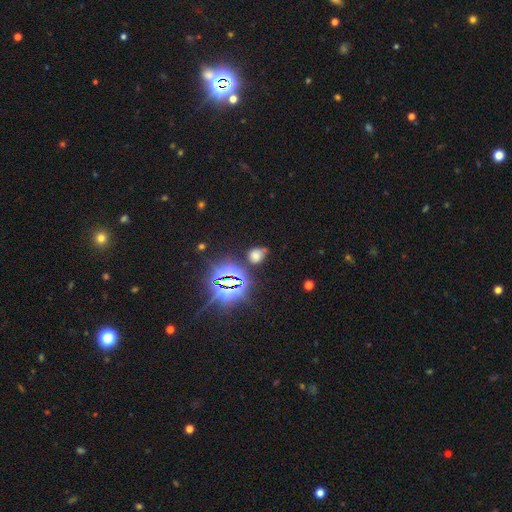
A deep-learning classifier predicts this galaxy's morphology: Overall: smooth (54%; star or artifact 36%). How rounded: round (54%; in between 44%). Merging: none (60%; minor disturbance 24%).